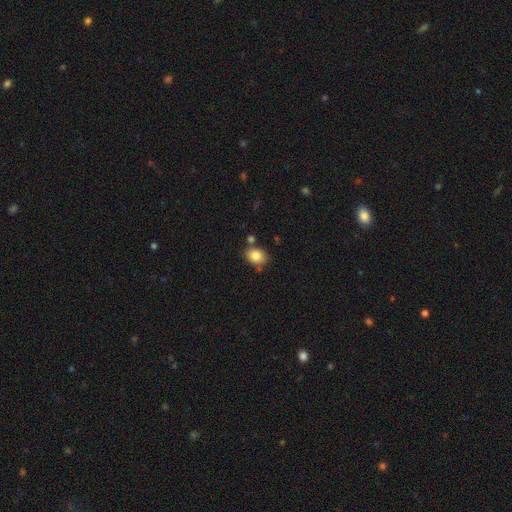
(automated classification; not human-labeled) Morphology: type=smooth (82%); roundness=in between (58%); merging=none (72%).